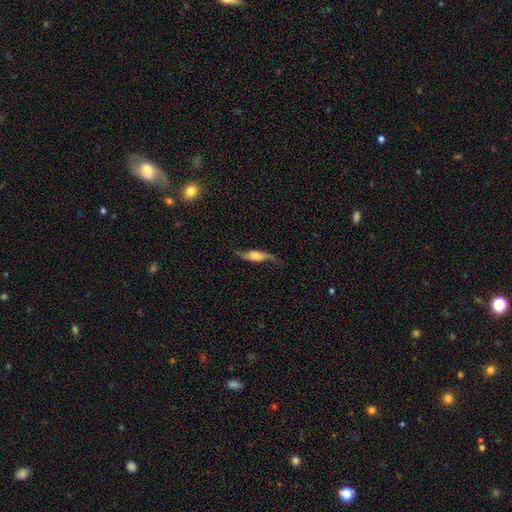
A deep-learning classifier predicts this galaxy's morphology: Overall: featured or disk (66%; smooth 27%). Edge-on disk: no (67%; yes 33%). Merging: none (69%).